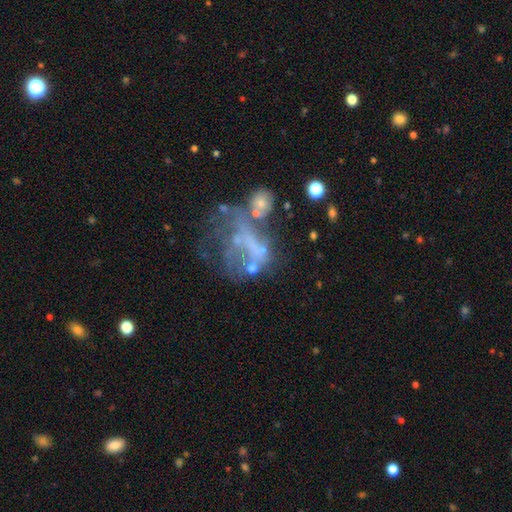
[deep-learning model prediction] Smooth or featured: featured or disk — 56% (smooth — 24%)
Edge-on disk: no — 97% (yes — 3%)
Bar: no — 85% (weak — 11%)
Spiral arms: no — 88% (yes — 12%)
Bulge size: none — 76% (small — 12%)
Merging: major disturbance — 38% (none — 25%)